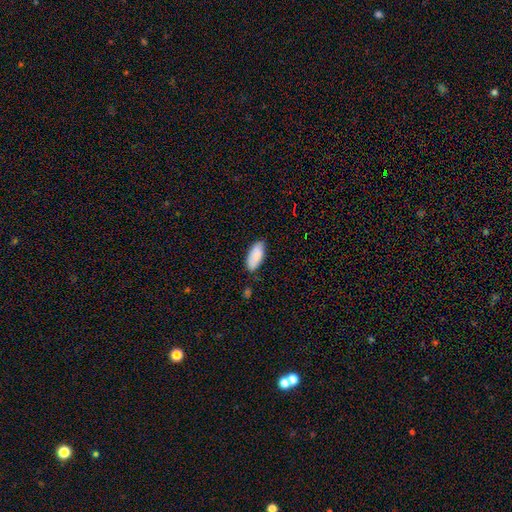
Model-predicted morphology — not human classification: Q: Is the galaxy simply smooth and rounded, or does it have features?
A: smooth — 86%.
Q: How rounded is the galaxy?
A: in between — 89%.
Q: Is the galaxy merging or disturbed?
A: none — 78%.